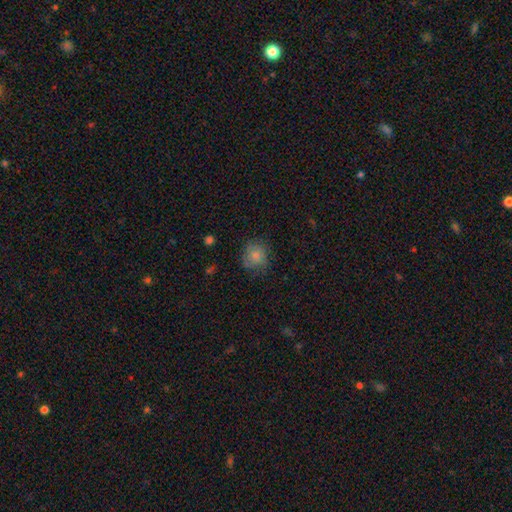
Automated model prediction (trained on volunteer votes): A smooth galaxy with no disk features (77%) that is round (82%).

Vote fractions:
- Smooth or featured? smooth: 77% / featured or disk: 14% / star or artifact: 9%
- How rounded? round: 82% / in between: 17% / cigar-shaped: 1%
- Merging? none: 69% / minor disturbance: 22% / major disturbance: 7% / merger: 1%